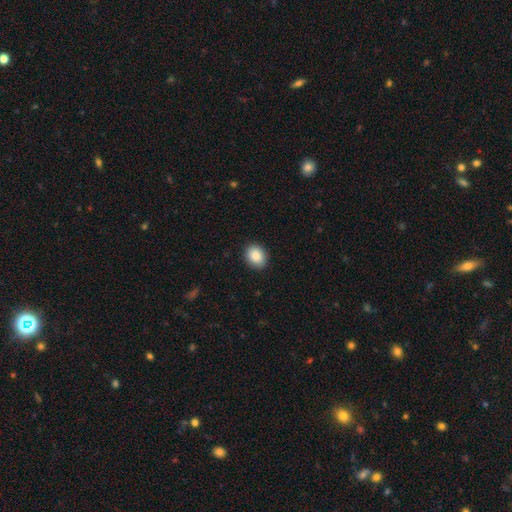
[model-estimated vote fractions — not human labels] Smooth or featured: smooth — 89% (star or artifact — 7%)
How rounded: in between — 57% (round — 42%)
Merging: none — 90% (minor disturbance — 8%)